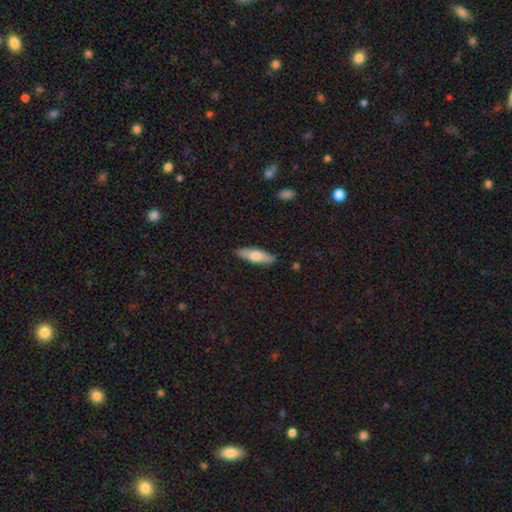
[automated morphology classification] Q: Smooth or featured?
A: smooth (64%); runner-up: featured or disk (30%)
Q: How rounded?
A: cigar-shaped (57%); runner-up: in between (41%)
Q: Merging?
A: none (86%); runner-up: minor disturbance (11%)